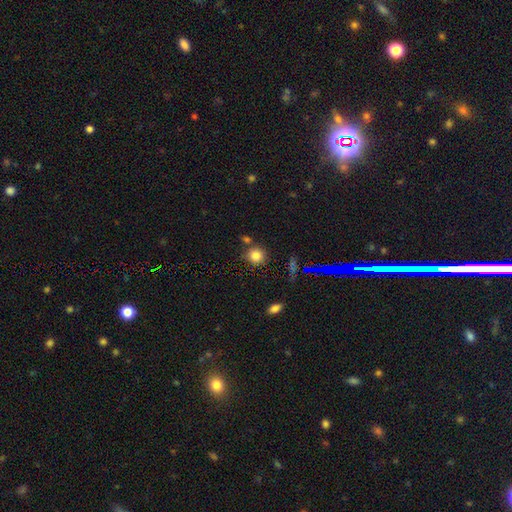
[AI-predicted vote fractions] Morphology: type=smooth (81%); roundness=round (88%); merging=none (76%).